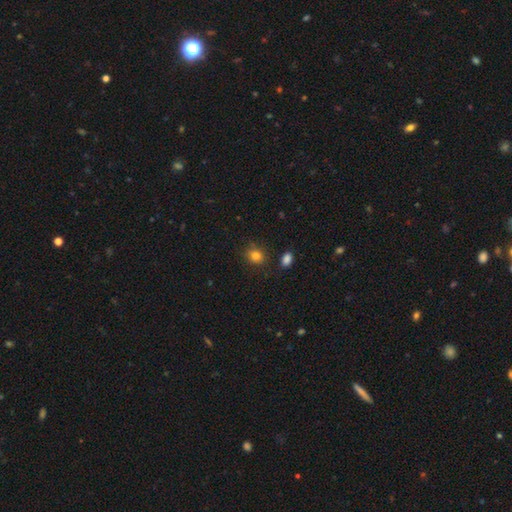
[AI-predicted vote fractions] Morphology: type=smooth (83%); roundness=round (66%); merging=none (80%).